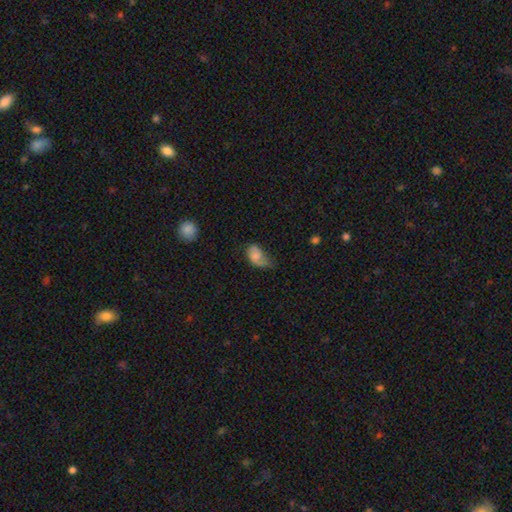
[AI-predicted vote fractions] smooth 66%, featured or disk 25%, star or artifact 9%. Down the decision tree: how rounded — in between (88%); merging — minor disturbance (39%).